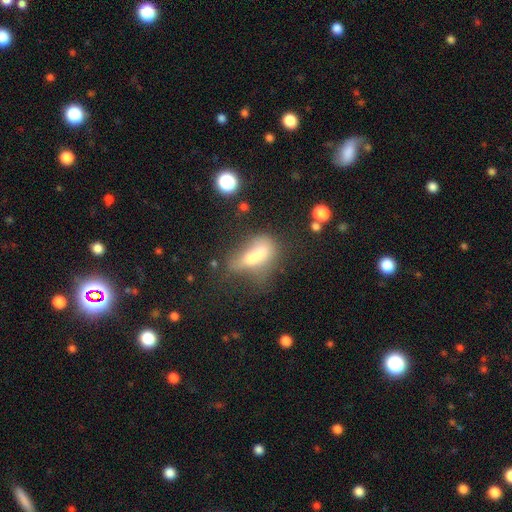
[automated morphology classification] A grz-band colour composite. It shows a smooth galaxy with no disk features (55%) that is in between round and cigar-shaped (70%). Merging: merger (51%).